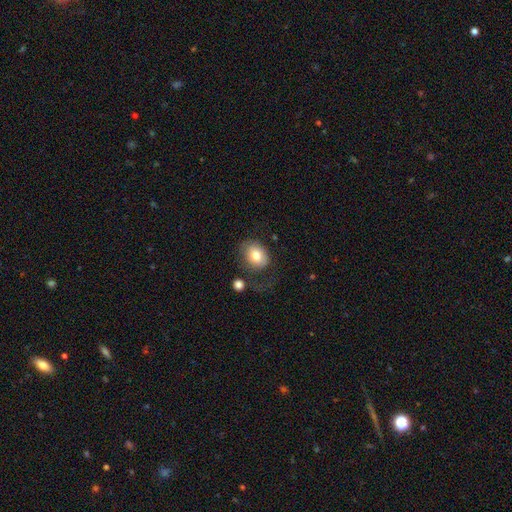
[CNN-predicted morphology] Smooth or featured: smooth — 76% (featured or disk — 16%)
How rounded: in between — 53% (round — 46%)
Merging: none — 55% (minor disturbance — 20%)